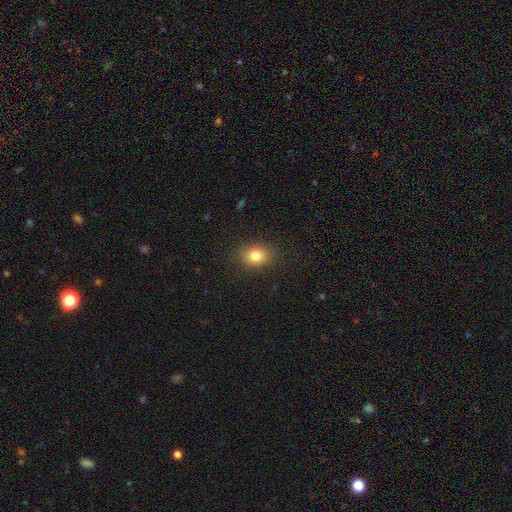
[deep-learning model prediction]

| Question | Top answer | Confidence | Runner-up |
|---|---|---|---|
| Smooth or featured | smooth | 82% | star or artifact (11%) |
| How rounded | in between | 58% | round (41%) |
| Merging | none | 87% | minor disturbance (9%) |